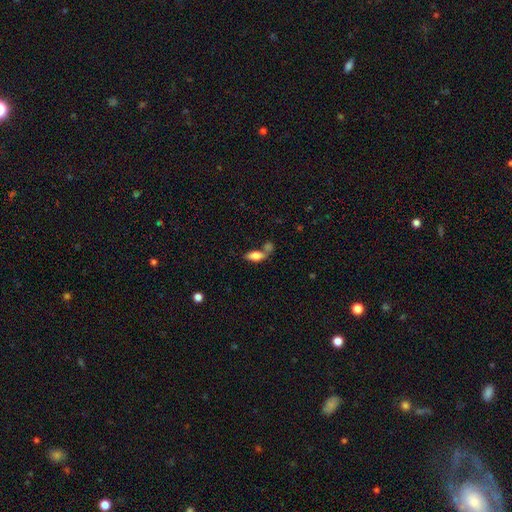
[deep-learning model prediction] A smooth galaxy with no disk features (76%) that is in between round and cigar-shaped (85%). Merging: none (45%).